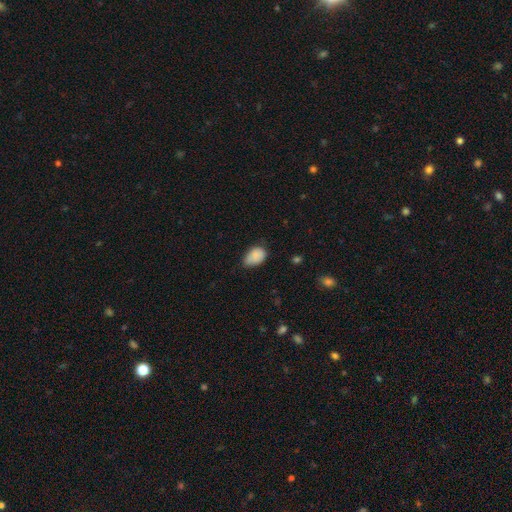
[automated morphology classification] Smooth or featured? Predicted: smooth (p=0.84). How rounded? Predicted: in between (p=0.83). Merging? Predicted: minor disturbance (p=0.45).